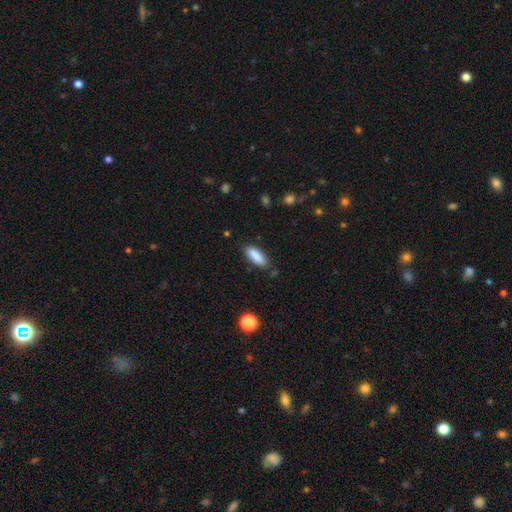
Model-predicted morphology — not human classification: type=smooth (87%); roundness=in between (62%); merging=none (82%).